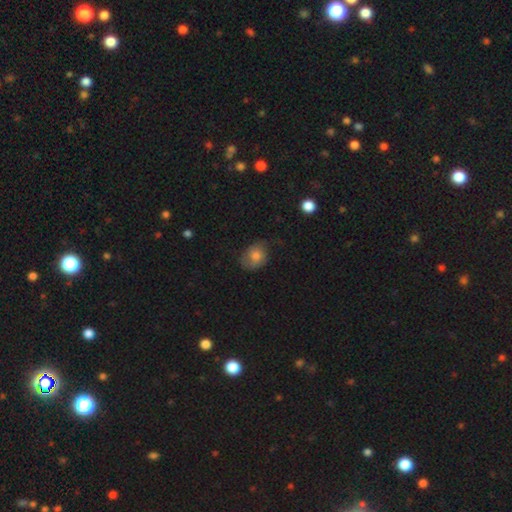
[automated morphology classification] smooth-or-featured: smooth: 69% | featured or disk: 22% | star or artifact: 8%
  how-rounded: in between: 53% | round: 46% | cigar-shaped: 1%
  merging: none: 57% | minor disturbance: 31% | major disturbance: 11% | merger: 1%